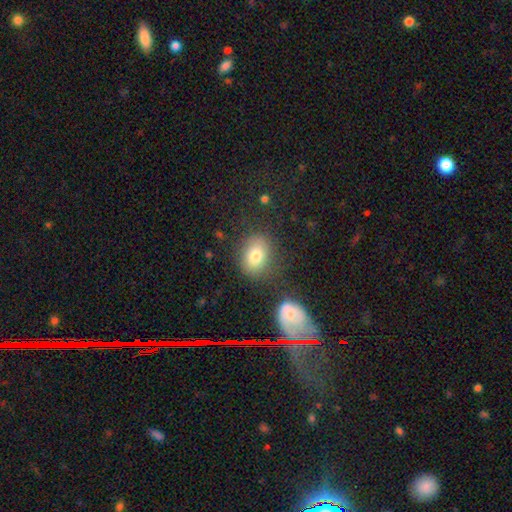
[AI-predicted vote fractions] smooth-or-featured: smooth: 77% | featured or disk: 12% | star or artifact: 11%
  how-rounded: in between: 58% | round: 41% | cigar-shaped: 1%
  merging: none: 76% | minor disturbance: 12% | merger: 7% | major disturbance: 5%